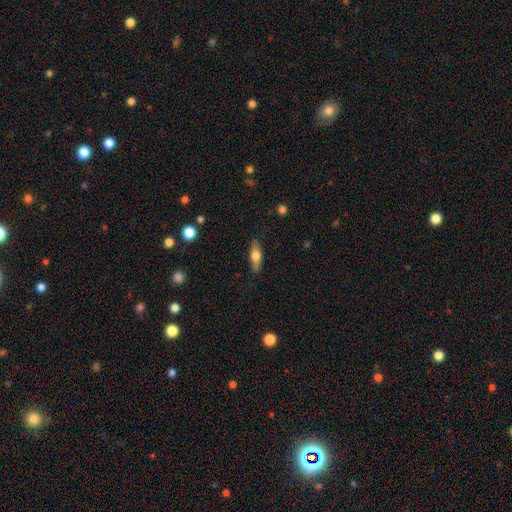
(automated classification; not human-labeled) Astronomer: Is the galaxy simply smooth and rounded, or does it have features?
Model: smooth — 57% (runner-up: featured or disk, 37%).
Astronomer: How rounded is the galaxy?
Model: in between — 49% (runner-up: cigar-shaped, 47%).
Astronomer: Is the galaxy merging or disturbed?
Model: none — 87%.